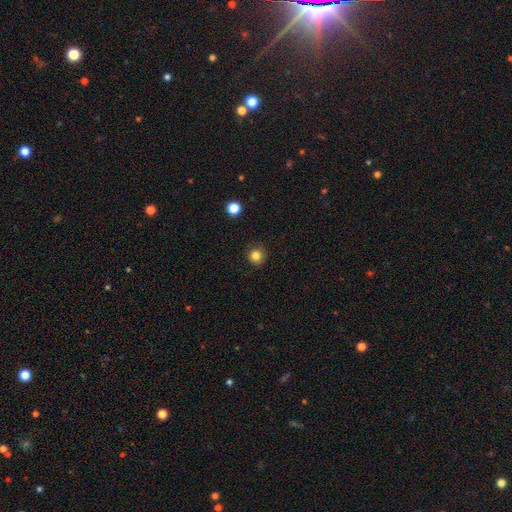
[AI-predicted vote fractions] smooth 84%, star or artifact 12%, featured or disk 5%. Down the decision tree: how rounded — round (95%); merging — none (90%).